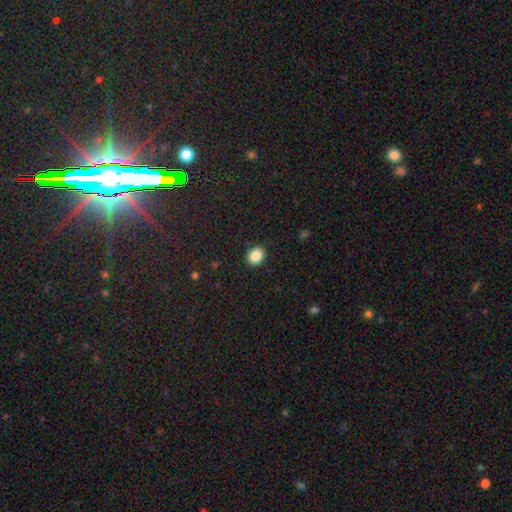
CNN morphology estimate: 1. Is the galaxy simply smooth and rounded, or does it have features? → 87% smooth, 9% star or artifact, 4% featured or disk.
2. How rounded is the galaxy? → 52% round, 47% in between, 1% cigar-shaped.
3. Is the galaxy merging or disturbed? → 90% none, 7% minor disturbance, 2% major disturbance, 1% merger.